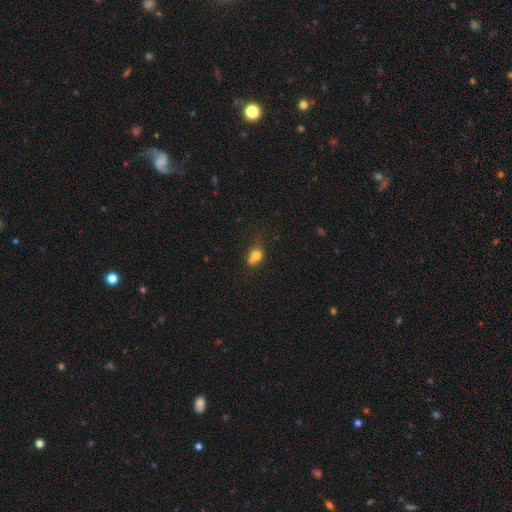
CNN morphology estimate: type=smooth (74%); roundness=round (52%); merging=none (38%).